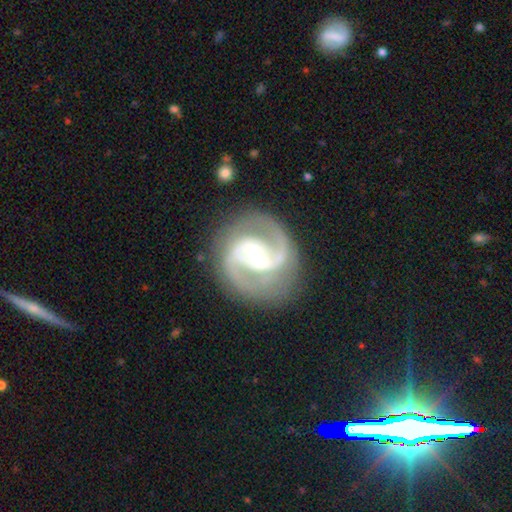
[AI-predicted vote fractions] smooth_or_featured: featured or disk (p=0.92) [alt: star or artifact p=0.04]
disk_edge_on: no (p=0.98) [alt: yes p=0.02]
bar: weak (p=0.44) [alt: strong p=0.37]
has_spiral_arms: yes (p=0.98) [alt: no p=0.02]
spiral_winding: medium (p=0.61) [alt: tight p=0.26]
spiral_arm_count: 2 (p=0.92) [alt: 3 p=0.03]
bulge_size: moderate (p=0.49) [alt: small p=0.46]
merging: none (p=0.81) [alt: minor disturbance p=0.12]